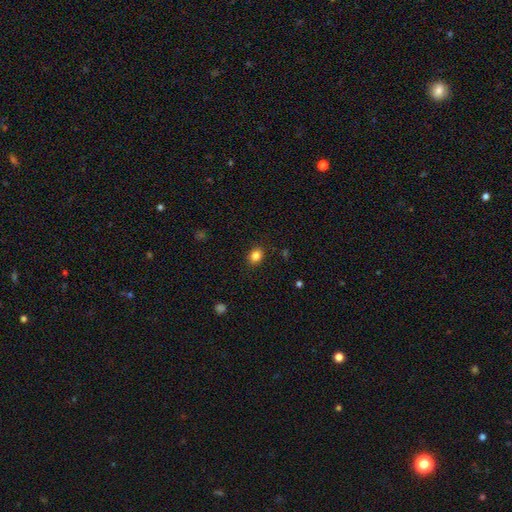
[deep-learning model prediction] Smooth or featured?
  - smooth: 84% *
  - star or artifact: 11%
  - featured or disk: 5%
How rounded?
  - round: 52% *
  - in between: 47%
  - cigar-shaped: 1%
Merging?
  - none: 88% *
  - minor disturbance: 9%
  - major disturbance: 2%
  - merger: 1%